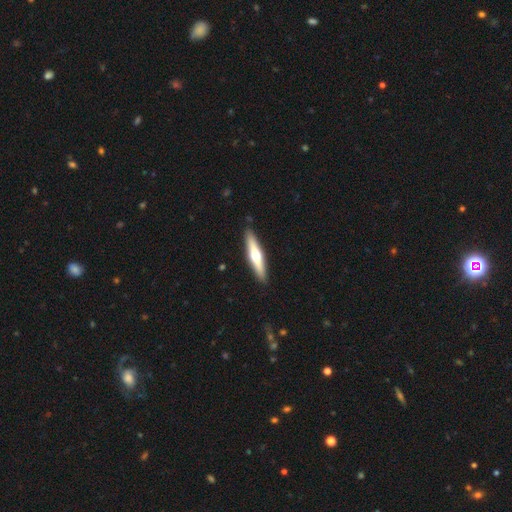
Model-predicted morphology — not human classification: Smooth or featured? featured or disk (54%)
Edge-on disk? yes (94%)
Edge-on bulge? rounded (92%)
Merging? none (90%)